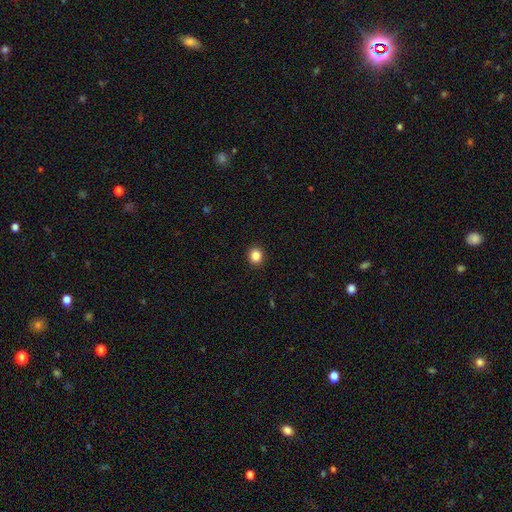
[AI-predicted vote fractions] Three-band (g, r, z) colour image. It shows a smooth galaxy with no disk features (85%) that is round (84%). Merging: none (92%).